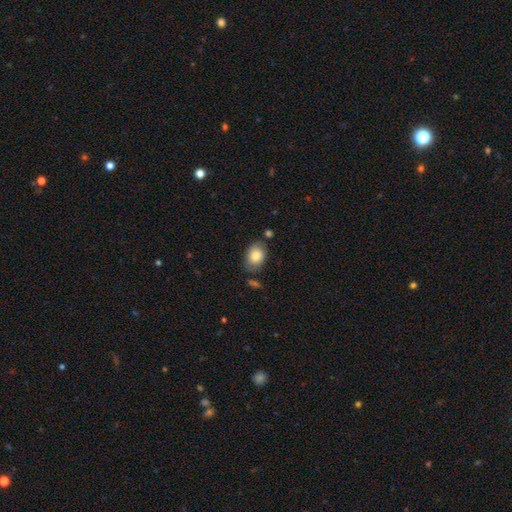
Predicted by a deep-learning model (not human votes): Smooth or featured? Predicted: smooth (p=0.80). How rounded? Predicted: in between (p=0.77). Merging? Predicted: none (p=0.69).